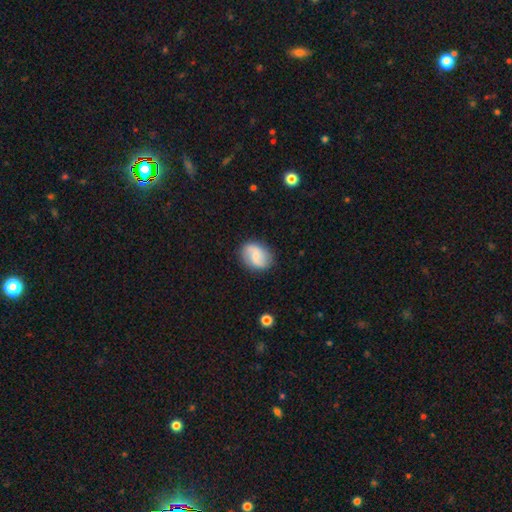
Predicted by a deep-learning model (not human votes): Smooth or featured: featured or disk — 58% (smooth — 36%)
Edge-on disk: no — 97% (yes — 3%)
Bar: no — 44% (weak — 43%)
Spiral arms: yes — 89% (no — 11%)
Bulge size: small — 59% (moderate — 28%)
Merging: none — 84% (minor disturbance — 12%)